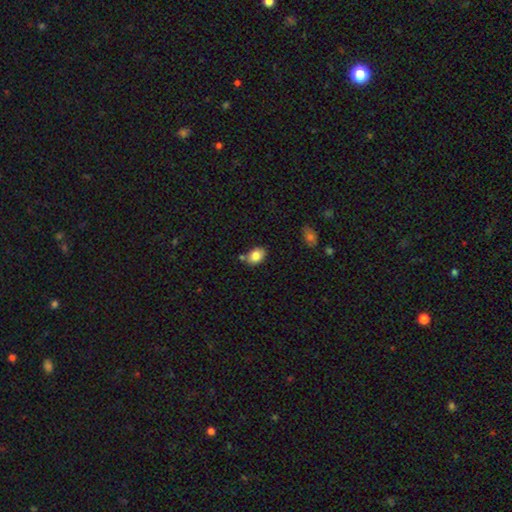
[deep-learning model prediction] Smooth or featured? smooth (83%)
How rounded? in between (72%)
Merging? none (69%)